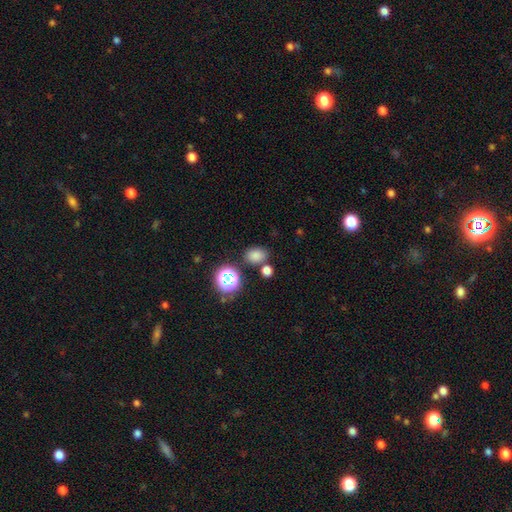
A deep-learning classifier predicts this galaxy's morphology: A smooth galaxy with no disk features (76%) that is in between round and cigar-shaped (61%).

Vote fractions:
- Smooth or featured? smooth: 76% / star or artifact: 18% / featured or disk: 5%
- How rounded? in between: 61% / round: 38% / cigar-shaped: 1%
- Merging? none: 73% / minor disturbance: 12% / merger: 12% / major disturbance: 4%